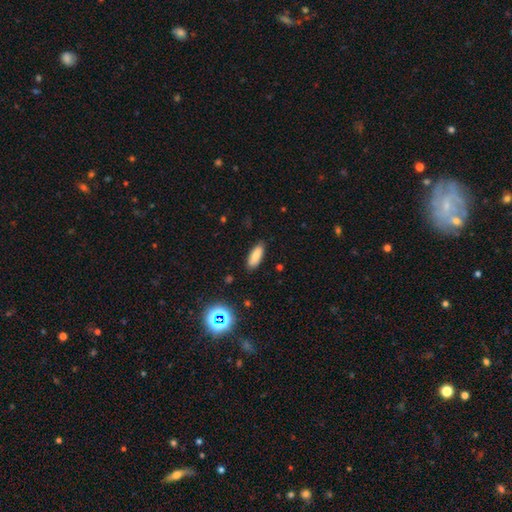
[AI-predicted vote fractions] The model was most divided on "how rounded": in between: 74%, cigar-shaped: 24%, round: 2%. More confident: merging — none (85%); smooth or featured — smooth (80%).